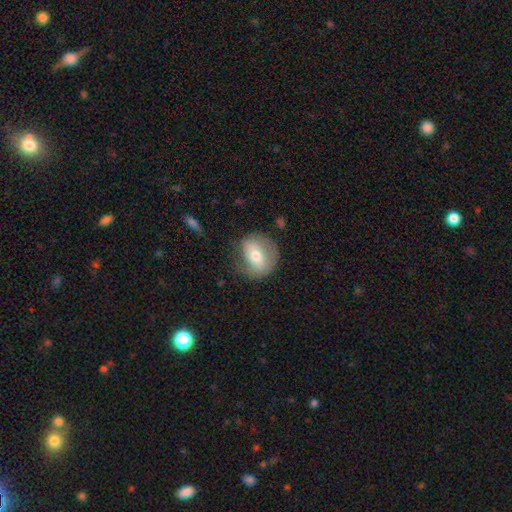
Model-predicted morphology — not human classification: Q: Smooth or featured?
A: smooth (56%); runner-up: featured or disk (37%)
Q: How rounded?
A: round (64%); runner-up: in between (35%)
Q: Merging?
A: none (64%); runner-up: minor disturbance (24%)